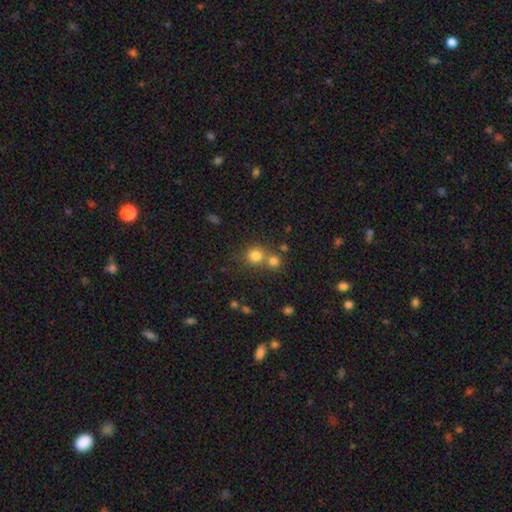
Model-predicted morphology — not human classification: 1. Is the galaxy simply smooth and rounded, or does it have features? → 79% smooth, 14% star or artifact, 8% featured or disk.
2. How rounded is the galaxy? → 87% round, 12% in between, 1% cigar-shaped.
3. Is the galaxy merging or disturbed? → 54% none, 36% merger, 7% minor disturbance, 3% major disturbance.